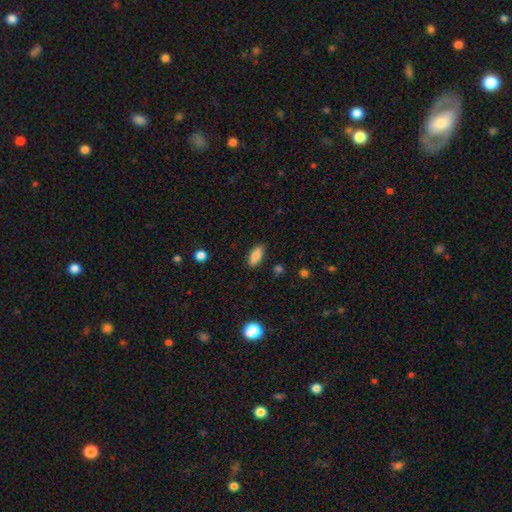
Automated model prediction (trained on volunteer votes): Morphology: type=smooth (82%); roundness=in between (86%); merging=none (87%).